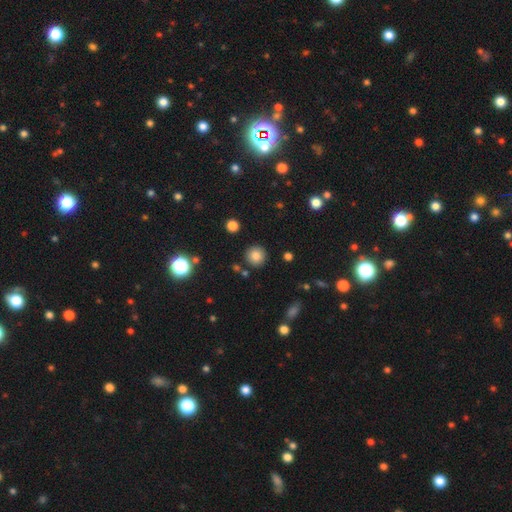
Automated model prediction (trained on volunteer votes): This appears to be a smooth galaxy with no disk features (81%) that is round (94%). Merging: none (88%).